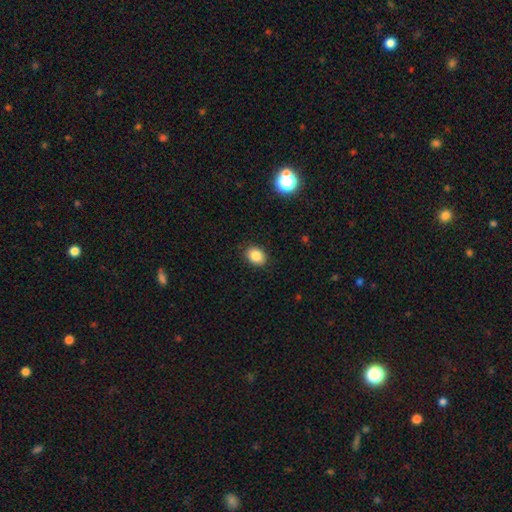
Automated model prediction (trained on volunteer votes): Q: Smooth or featured?
A: smooth (85%); runner-up: star or artifact (10%)
Q: How rounded?
A: in between (62%); runner-up: round (37%)
Q: Merging?
A: none (88%); runner-up: minor disturbance (9%)